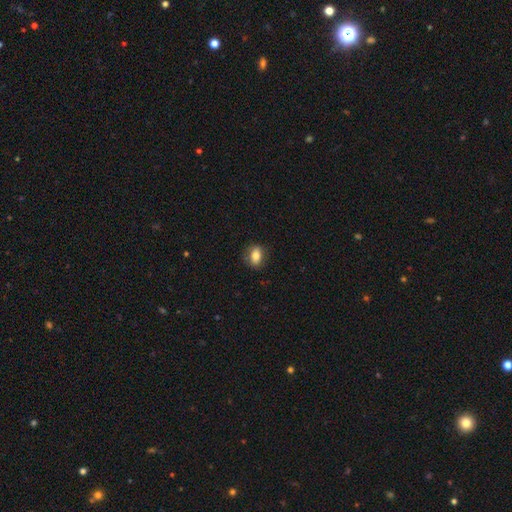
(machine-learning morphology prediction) Smooth or featured: smooth — 75% (featured or disk — 16%)
How rounded: in between — 77% (round — 19%)
Merging: none — 83% (minor disturbance — 13%)